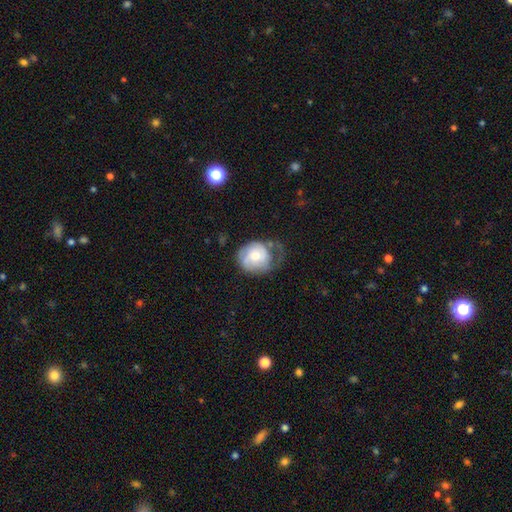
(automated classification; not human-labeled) smooth-or-featured: featured or disk: 50% | smooth: 44% | star or artifact: 6%
  merging: none: 35% | minor disturbance: 31% | major disturbance: 31% | merger: 3%